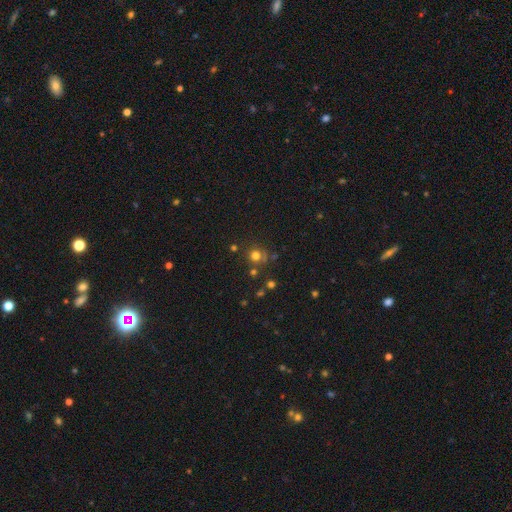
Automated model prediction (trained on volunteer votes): smooth-or-featured: smooth: 72% | star or artifact: 20% | featured or disk: 9%
  how-rounded: round: 89% | in between: 10% | cigar-shaped: 1%
  merging: none: 71% | merger: 12% | minor disturbance: 12% | major disturbance: 5%